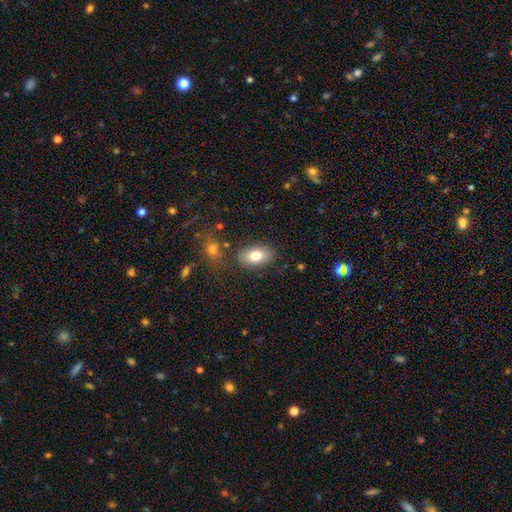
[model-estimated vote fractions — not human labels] Morphology: type=smooth (81%); roundness=in between (88%); merging=none (81%).